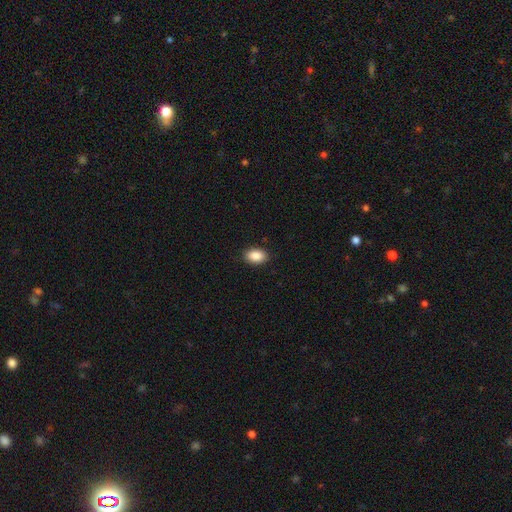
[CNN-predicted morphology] Overall: smooth (89%). How rounded: in between (88%). Merging: none (90%).